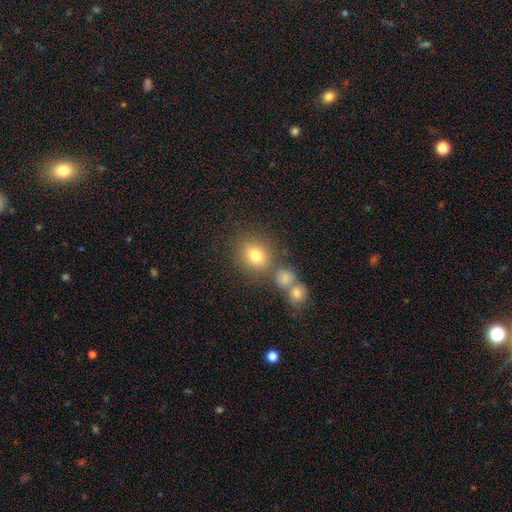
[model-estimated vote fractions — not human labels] Q: Smooth or featured?
A: smooth (76%); runner-up: star or artifact (14%)
Q: How rounded?
A: round (72%); runner-up: in between (27%)
Q: Merging?
A: none (67%); runner-up: merger (18%)